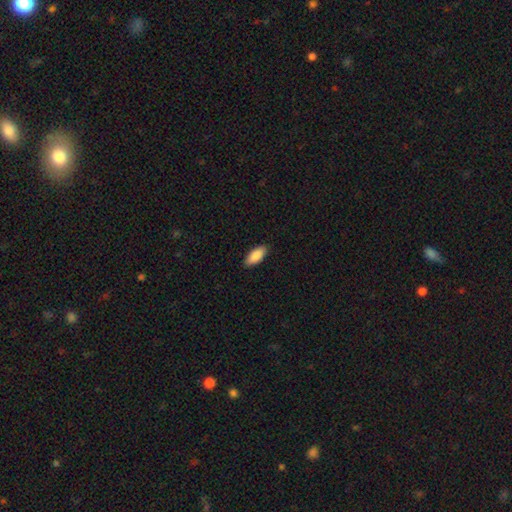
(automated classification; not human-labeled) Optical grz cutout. It shows a smooth galaxy with no disk features (88%) that is in between round and cigar-shaped (87%). Merging: none (89%).